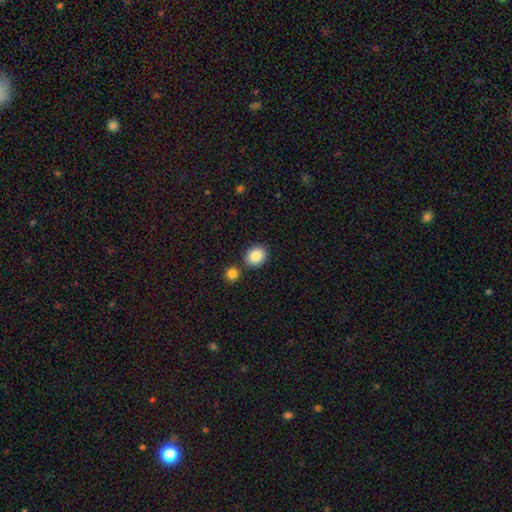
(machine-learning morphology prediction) The model was most divided on "how rounded": round: 61%, in between: 38%, cigar-shaped: 1%. More confident: smooth or featured — smooth (87%); merging — none (77%).